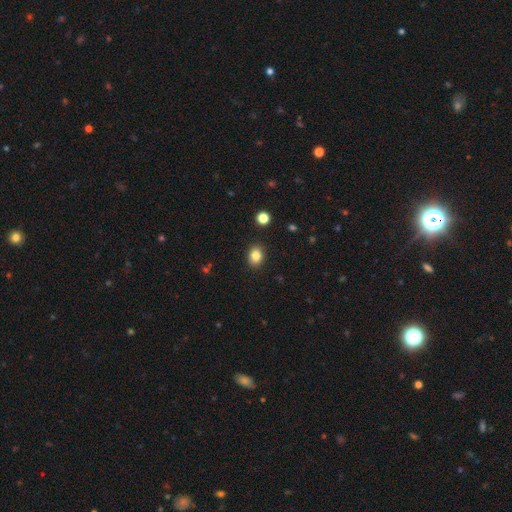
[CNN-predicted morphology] The model was most divided on "how rounded": in between: 55%, round: 44%, cigar-shaped: 1%. More confident: merging — none (90%); smooth or featured — smooth (85%).